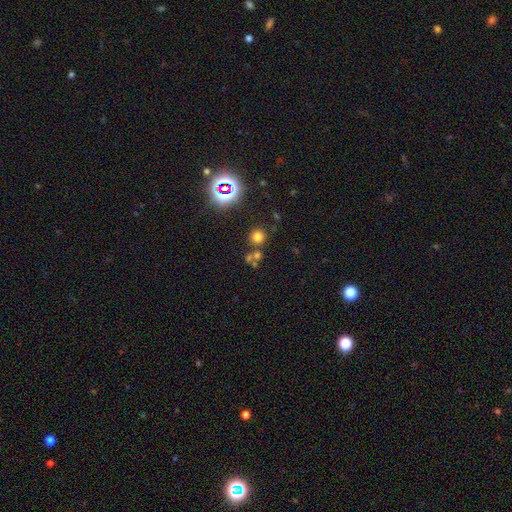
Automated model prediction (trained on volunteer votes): The model was most divided on "smooth or featured": smooth: 51%, star or artifact: 37%, featured or disk: 11%. More confident: how rounded — round (90%); merging — none (63%).